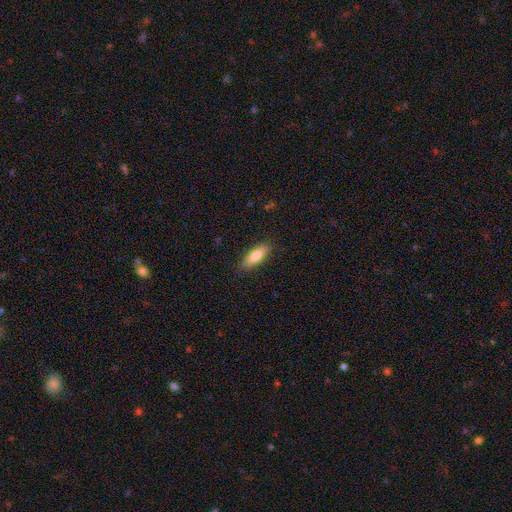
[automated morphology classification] type=smooth (80%); roundness=in between (57%); merging=none (87%).